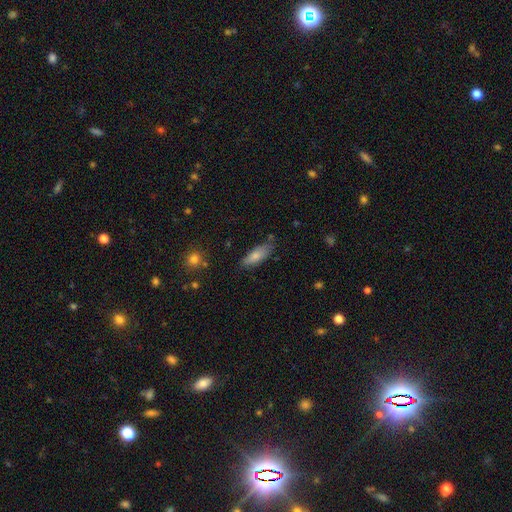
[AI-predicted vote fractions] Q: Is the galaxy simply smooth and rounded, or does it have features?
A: smooth — 79%.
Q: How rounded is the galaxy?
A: in between — 68%.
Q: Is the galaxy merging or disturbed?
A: none — 70%.